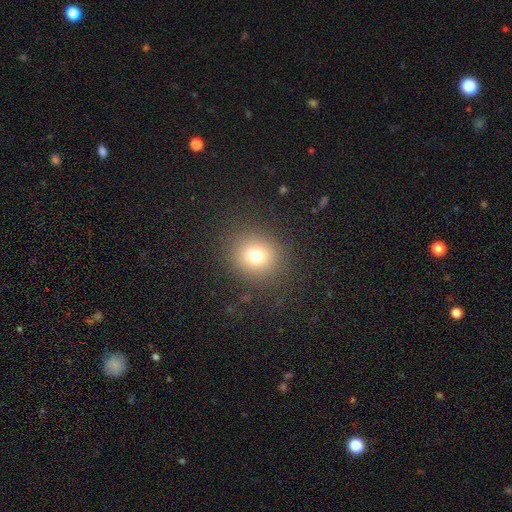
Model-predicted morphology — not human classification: Overall: smooth (74%). How rounded: round (85%). Merging: none (87%).